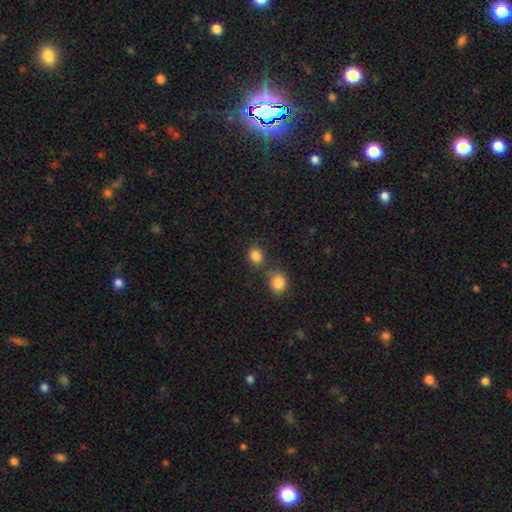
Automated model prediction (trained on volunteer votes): Q: Smooth or featured?
A: smooth (85%); runner-up: star or artifact (11%)
Q: How rounded?
A: round (59%); runner-up: in between (40%)
Q: Merging?
A: none (64%); runner-up: merger (21%)